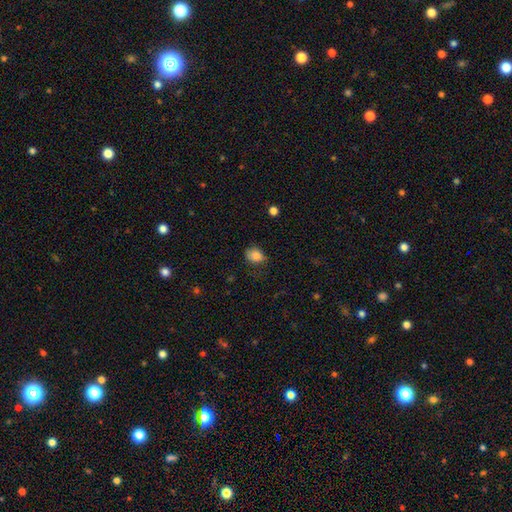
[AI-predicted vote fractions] smooth 84%, star or artifact 10%, featured or disk 6%. Down the decision tree: how rounded — in between (51%); merging — none (62%).